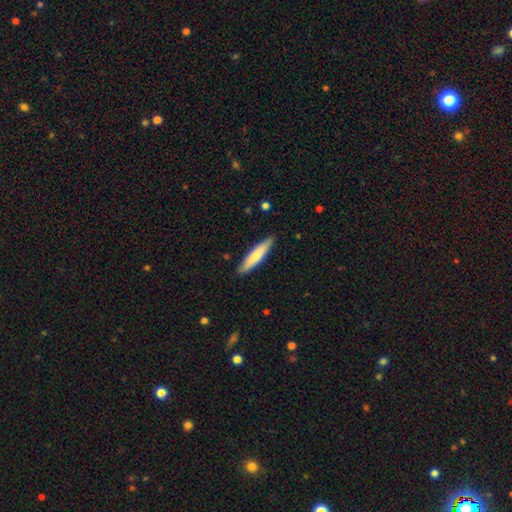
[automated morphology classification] smooth 69%, featured or disk 26%, star or artifact 5%. Down the decision tree: how rounded — cigar-shaped (84%); merging — none (88%).